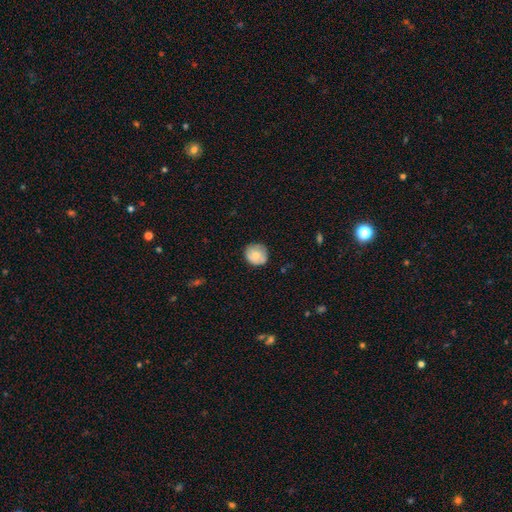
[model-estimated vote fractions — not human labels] smooth_or_featured: smooth (p=0.74) [alt: featured or disk p=0.19]
how_rounded: round (p=0.87) [alt: in between p=0.12]
merging: none (p=0.79) [alt: minor disturbance p=0.17]